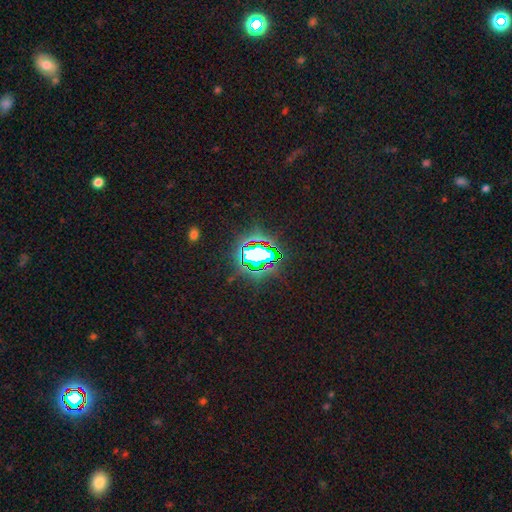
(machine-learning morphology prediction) Overall: star or artifact (80%).